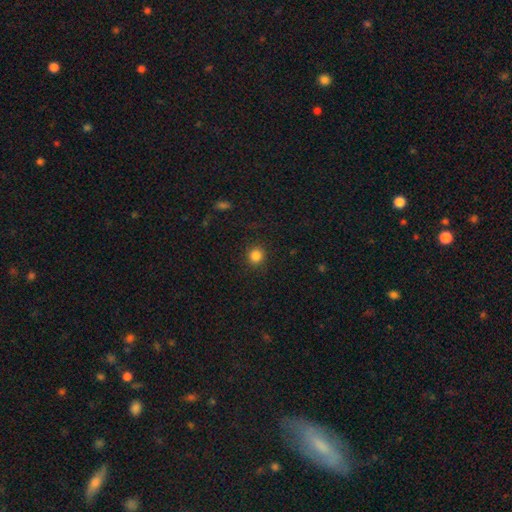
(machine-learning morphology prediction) This appears to be a smooth galaxy with no disk features (85%) that is round (90%). Merging: none (89%).